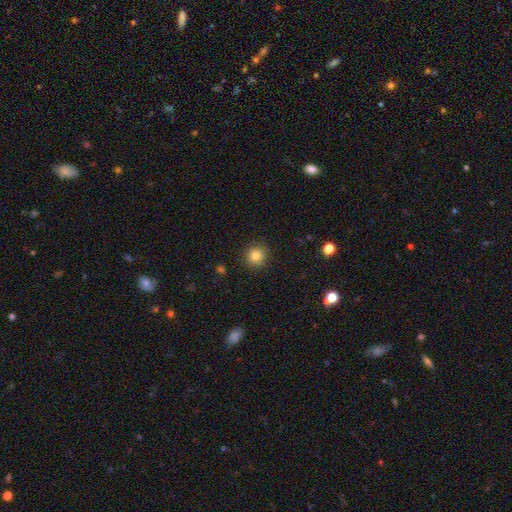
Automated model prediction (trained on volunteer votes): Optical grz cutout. It shows a smooth galaxy with no disk features (82%) that is round (94%). Merging: none (91%).